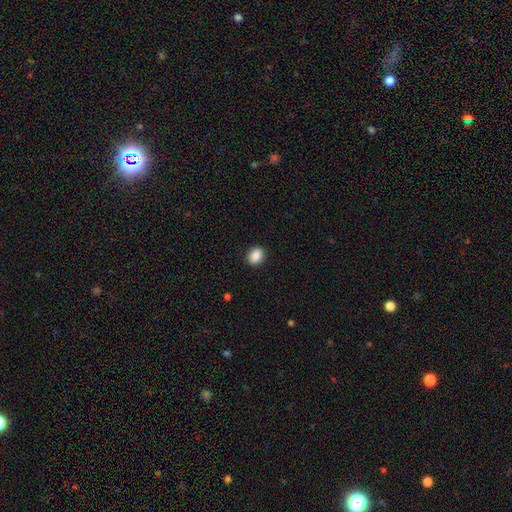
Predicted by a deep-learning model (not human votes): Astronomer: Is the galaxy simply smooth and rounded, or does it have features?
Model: smooth — 89%.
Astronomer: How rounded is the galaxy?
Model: in between — 65%.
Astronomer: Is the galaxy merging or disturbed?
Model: none — 90%.